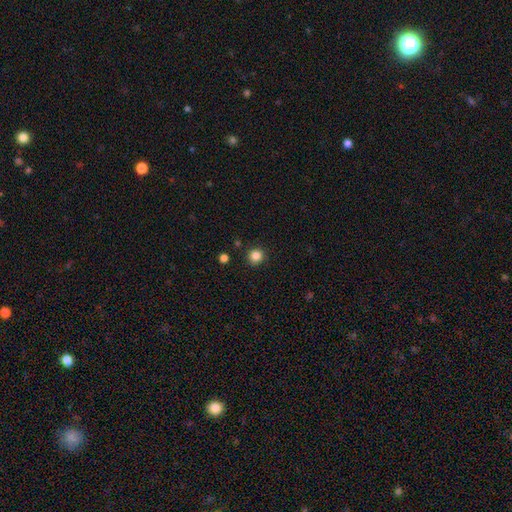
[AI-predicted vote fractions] Q: Smooth or featured?
A: smooth (85%); runner-up: star or artifact (11%)
Q: How rounded?
A: round (92%); runner-up: in between (7%)
Q: Merging?
A: none (90%); runner-up: minor disturbance (6%)